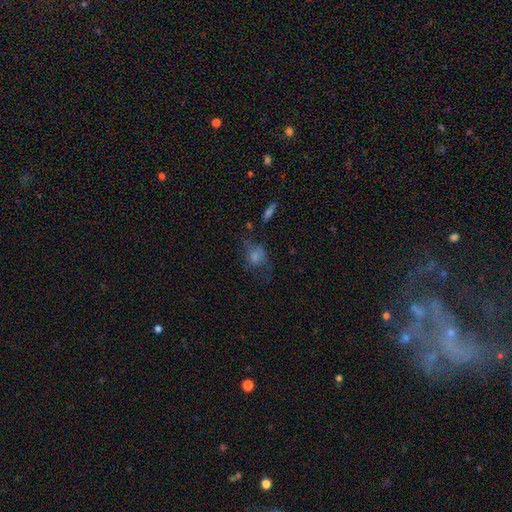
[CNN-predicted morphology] This is likely a smooth galaxy (65%). How rounded: possibly round (51%). Merging: marginally none (41%).